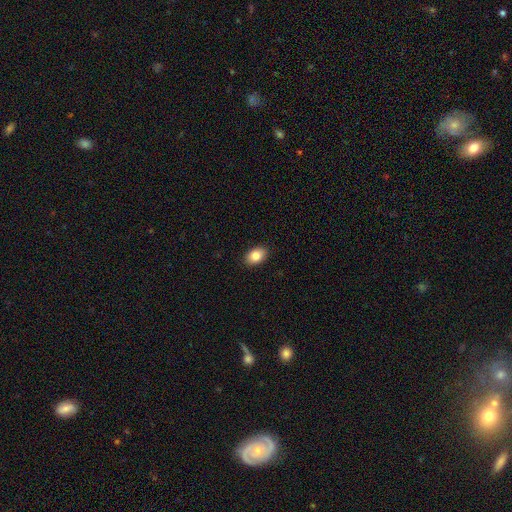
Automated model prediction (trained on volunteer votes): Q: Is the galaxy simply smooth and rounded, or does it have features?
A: smooth — 85%.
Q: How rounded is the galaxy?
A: in between — 85%.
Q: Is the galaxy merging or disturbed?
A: none — 90%.